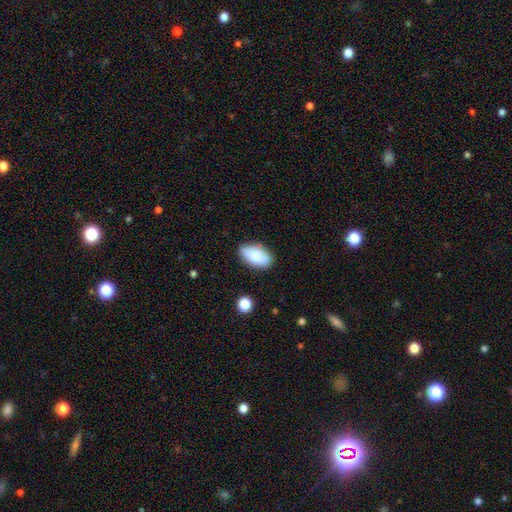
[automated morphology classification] A smooth galaxy with no disk features (86%) that is in between round and cigar-shaped (94%).

Vote fractions:
- Smooth or featured? smooth: 86% / featured or disk: 7% / star or artifact: 7%
- How rounded? in between: 94% / round: 4% / cigar-shaped: 3%
- Merging? none: 81% / minor disturbance: 14% / major disturbance: 3% / merger: 2%